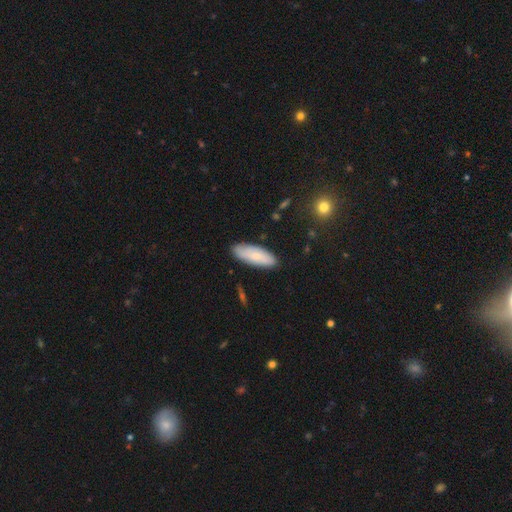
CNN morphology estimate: Smooth or featured?
  - smooth: 67% *
  - featured or disk: 27%
  - star or artifact: 6%
How rounded?
  - in between: 70% *
  - cigar-shaped: 28%
  - round: 2%
Merging?
  - none: 83% *
  - minor disturbance: 13%
  - major disturbance: 2%
  - merger: 2%